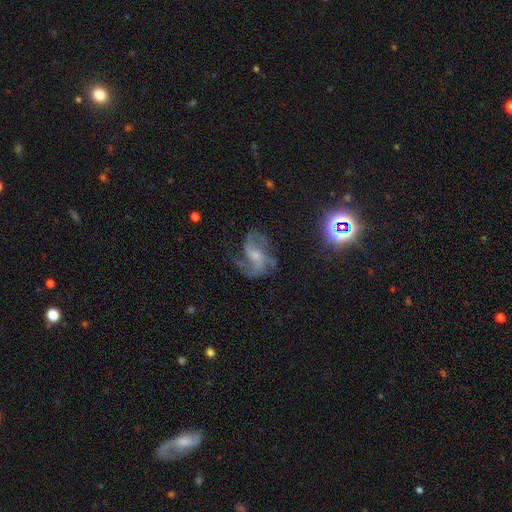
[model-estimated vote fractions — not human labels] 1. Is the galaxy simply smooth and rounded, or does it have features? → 78% featured or disk, 11% smooth, 11% star or artifact.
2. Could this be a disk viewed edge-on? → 97% no, 3% yes.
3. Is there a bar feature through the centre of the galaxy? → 55% no, 36% weak, 9% strong.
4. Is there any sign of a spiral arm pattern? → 91% yes, 9% no.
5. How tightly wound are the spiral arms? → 46% medium, 40% loose, 14% tight.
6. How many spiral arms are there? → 41% 2, 25% 3, 16% can't tell, 8% 1, 6% 4, 4% more than 4.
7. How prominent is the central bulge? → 52% small, 33% moderate, 10% none, 3% large, 1% dominant.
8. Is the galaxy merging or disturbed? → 50% none, 26% major disturbance, 21% minor disturbance, 3% merger.